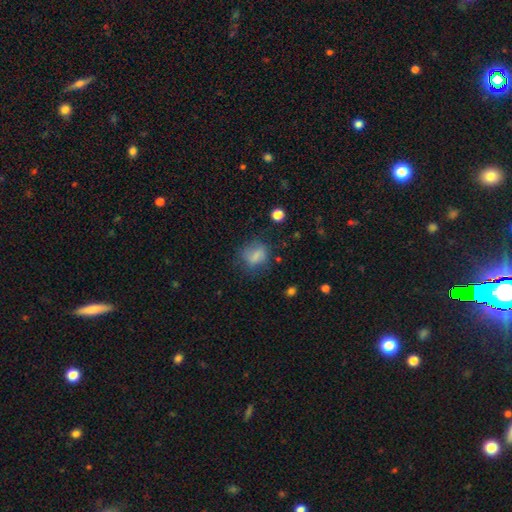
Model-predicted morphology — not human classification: Q: Smooth or featured?
A: smooth (74%); runner-up: featured or disk (15%)
Q: How rounded?
A: in between (56%); runner-up: round (40%)
Q: Merging?
A: none (60%); runner-up: minor disturbance (23%)